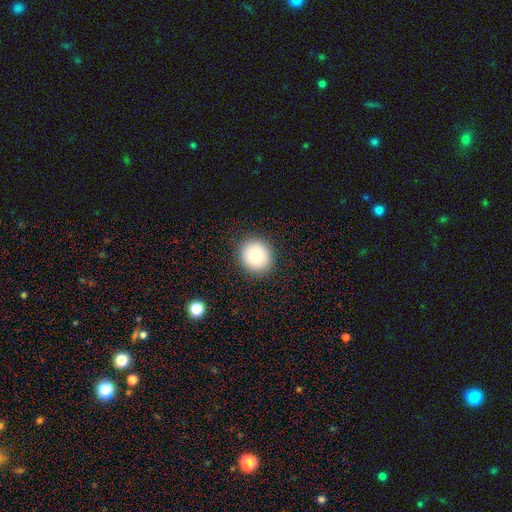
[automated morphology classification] type=smooth (81%); roundness=round (84%); merging=none (90%).